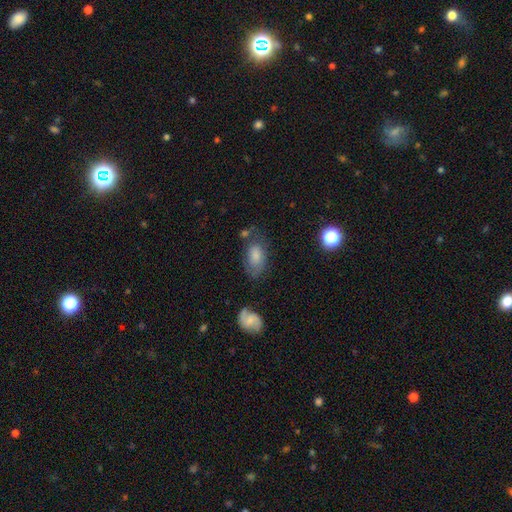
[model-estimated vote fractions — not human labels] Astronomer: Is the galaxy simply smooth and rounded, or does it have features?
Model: smooth — 68%.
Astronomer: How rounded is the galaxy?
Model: in between — 91%.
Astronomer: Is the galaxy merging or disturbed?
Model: none — 56%.